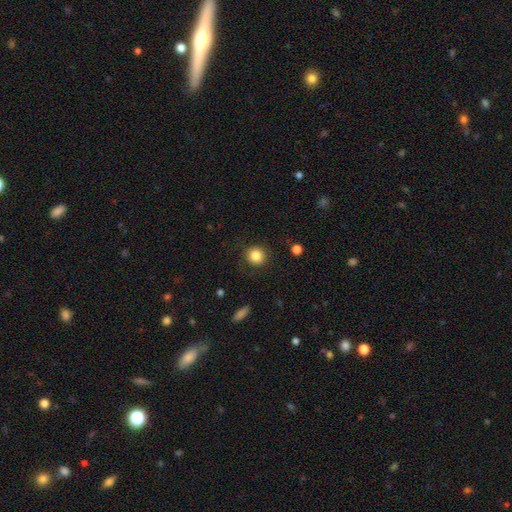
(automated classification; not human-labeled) Smooth or featured: smooth — 85% (star or artifact — 10%)
How rounded: round — 87% (in between — 12%)
Merging: none — 86% (minor disturbance — 9%)